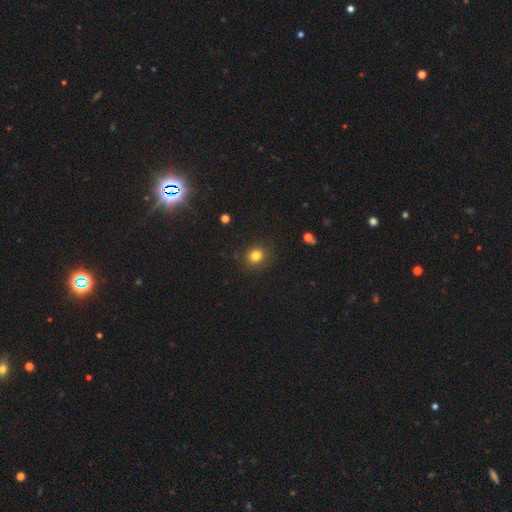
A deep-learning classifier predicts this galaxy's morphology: smooth_or_featured: smooth (p=0.80) [alt: star or artifact p=0.13]
how_rounded: round (p=0.75) [alt: in between p=0.24]
merging: none (p=0.85) [alt: minor disturbance p=0.10]